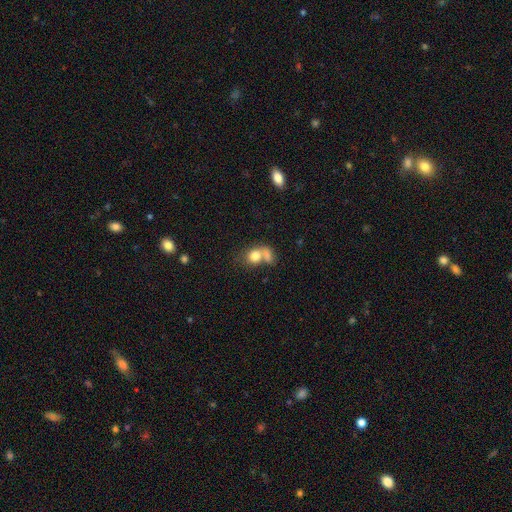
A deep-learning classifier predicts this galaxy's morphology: Smooth or featured?
  - smooth: 78% *
  - featured or disk: 13%
  - star or artifact: 9%
How rounded?
  - round: 59% *
  - in between: 39%
  - cigar-shaped: 2%
Merging?
  - merger: 54% *
  - none: 28%
  - minor disturbance: 10%
  - major disturbance: 9%